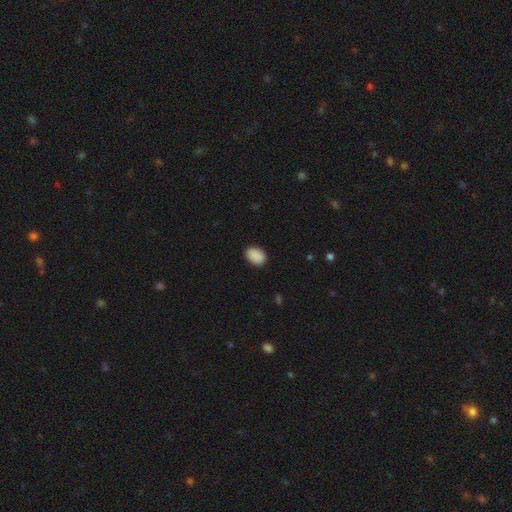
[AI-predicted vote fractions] Overall: smooth (90%). How rounded: in between (81%). Merging: none (88%).